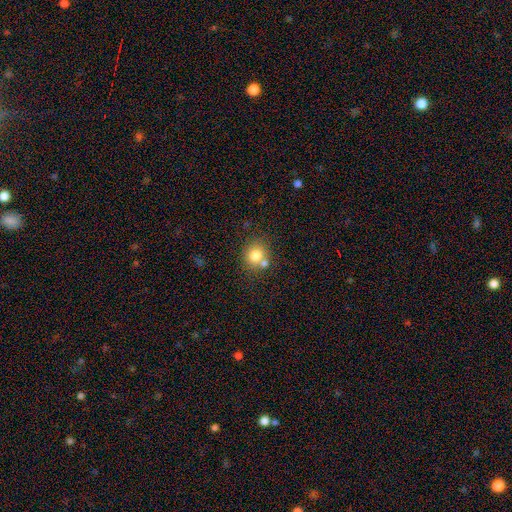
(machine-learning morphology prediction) Overall: smooth (78%). How rounded: round (82%). Merging: none (60%; merger 26%).